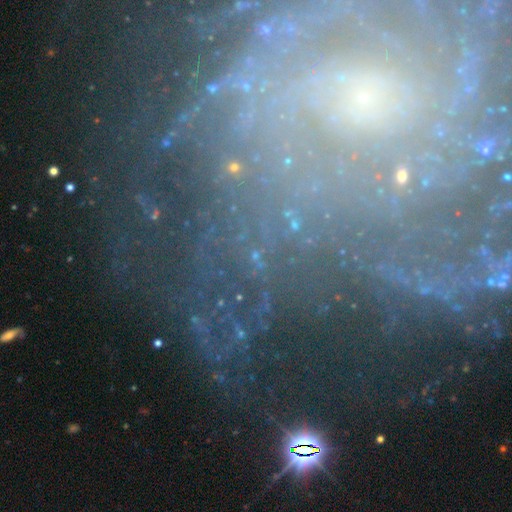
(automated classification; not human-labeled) Q: Smooth or featured?
A: star or artifact (67%); runner-up: featured or disk (19%)